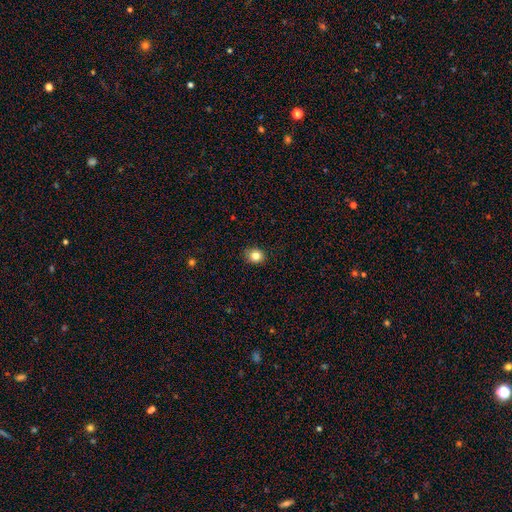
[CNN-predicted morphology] A smooth galaxy with no disk features (82%) that is round (75%). Merging: none (87%).